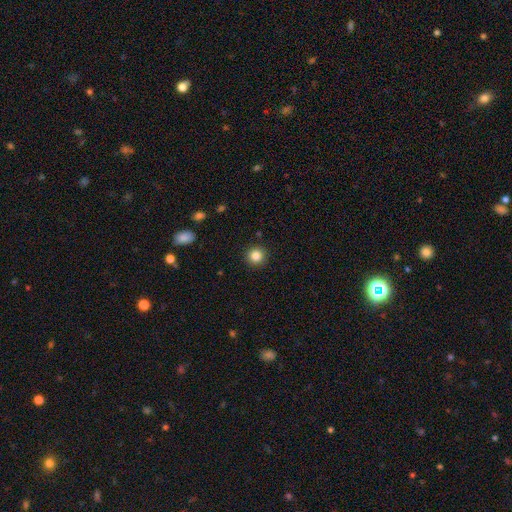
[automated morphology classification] Smooth or featured?
  - smooth: 84% *
  - star or artifact: 11%
  - featured or disk: 5%
How rounded?
  - round: 94% *
  - in between: 5%
  - cigar-shaped: 1%
Merging?
  - none: 92% *
  - minor disturbance: 5%
  - major disturbance: 2%
  - merger: 1%